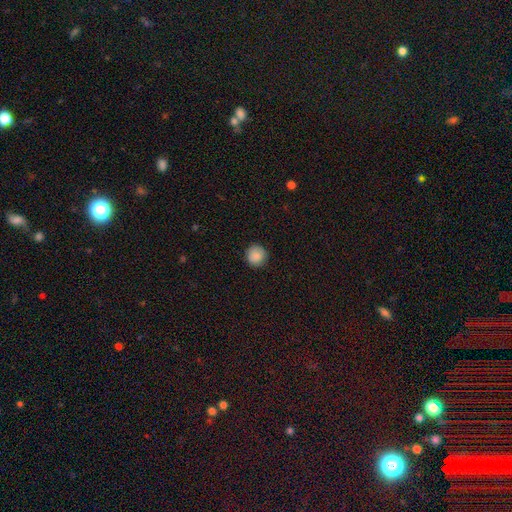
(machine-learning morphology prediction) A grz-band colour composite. It shows a smooth galaxy with no disk features (88%) that is round (95%). Merging: none (90%).